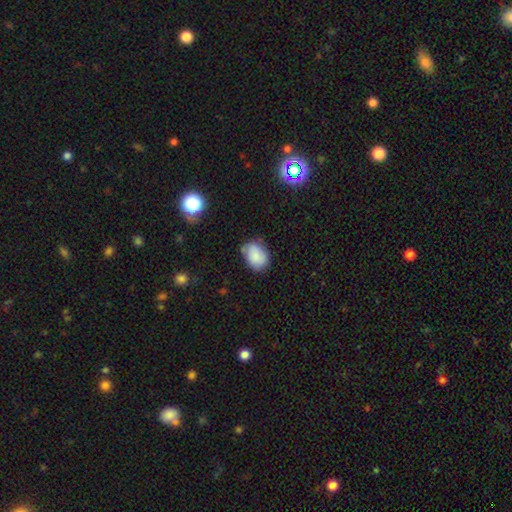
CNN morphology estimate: type=smooth (82%); roundness=in between (72%); merging=none (63%).